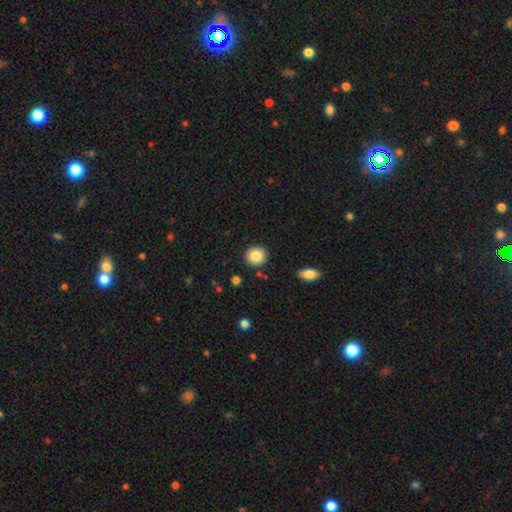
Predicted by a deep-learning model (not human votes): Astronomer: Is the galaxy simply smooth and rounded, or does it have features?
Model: smooth — 84%.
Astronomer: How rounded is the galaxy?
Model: round — 88%.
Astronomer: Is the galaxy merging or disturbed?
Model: none — 90%.